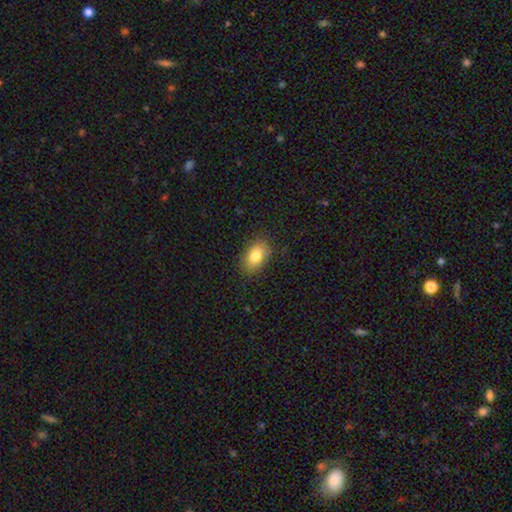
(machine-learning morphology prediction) A smooth galaxy with no disk features (81%) that is in between round and cigar-shaped (87%).

Vote fractions:
- Smooth or featured? smooth: 81% / featured or disk: 10% / star or artifact: 8%
- How rounded? in between: 87% / round: 11% / cigar-shaped: 2%
- Merging? none: 84% / minor disturbance: 12% / major disturbance: 3% / merger: 1%